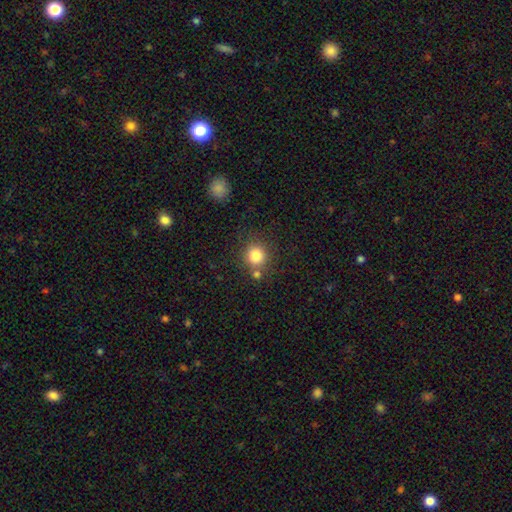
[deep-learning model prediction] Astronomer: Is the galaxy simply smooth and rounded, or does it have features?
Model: smooth — 82%.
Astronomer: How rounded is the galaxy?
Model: round — 89%.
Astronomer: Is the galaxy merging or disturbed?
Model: none — 72%.